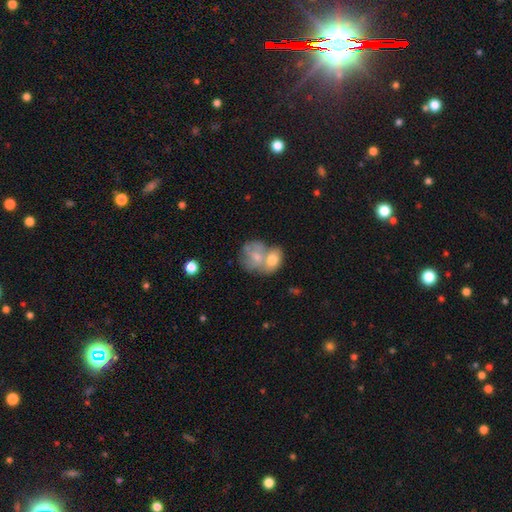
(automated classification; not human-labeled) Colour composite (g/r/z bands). It shows a smooth galaxy with no disk features (60%) that is round (54%). Merging: merger (65%).